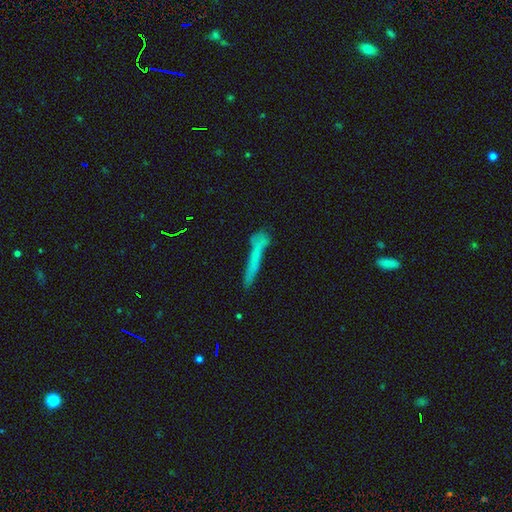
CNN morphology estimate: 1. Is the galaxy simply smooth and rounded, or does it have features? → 59% smooth, 29% featured or disk, 12% star or artifact.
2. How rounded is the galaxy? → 95% cigar-shaped, 4% in between, 2% round.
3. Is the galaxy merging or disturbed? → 67% none, 18% minor disturbance, 8% major disturbance, 7% merger.